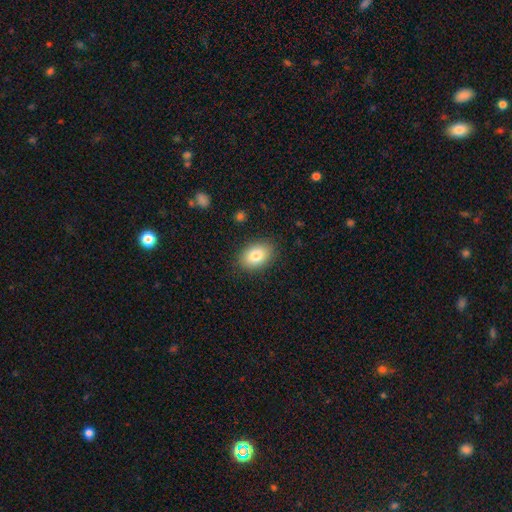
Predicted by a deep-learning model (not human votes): The model was most divided on "how rounded": in between: 83%, round: 16%, cigar-shaped: 1%. More confident: merging — none (87%); smooth or featured — smooth (82%).